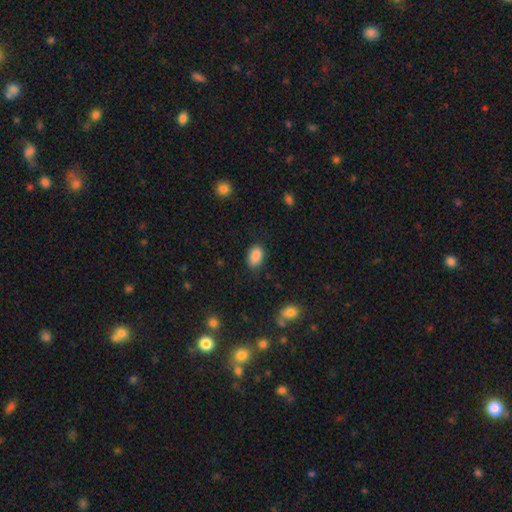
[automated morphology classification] Smooth or featured? Predicted: smooth (p=0.88). How rounded? Predicted: in between (p=0.89). Merging? Predicted: none (p=0.82).